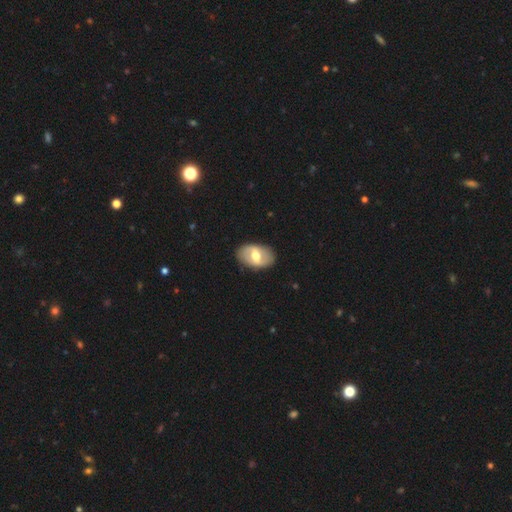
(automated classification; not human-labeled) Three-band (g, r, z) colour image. It shows a featured or disk galaxy (57%) with a weak bar (43%), no spiral arms (64%) and a moderate central bulge (71%). Merging: none (85%).